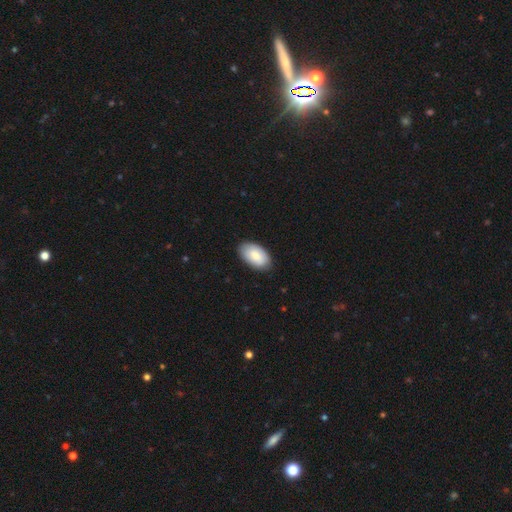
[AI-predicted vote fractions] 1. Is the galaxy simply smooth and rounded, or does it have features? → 83% smooth, 12% featured or disk, 5% star or artifact.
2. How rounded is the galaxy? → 96% in between, 3% round, 1% cigar-shaped.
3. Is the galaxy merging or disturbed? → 85% none, 12% minor disturbance, 2% major disturbance, 1% merger.